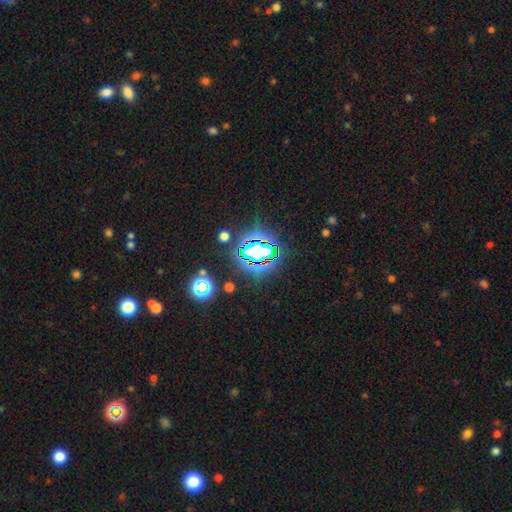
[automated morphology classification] Q: Smooth or featured?
A: star or artifact (73%); runner-up: smooth (16%)